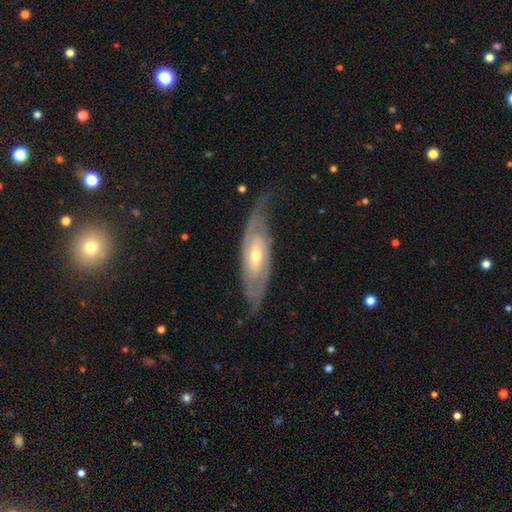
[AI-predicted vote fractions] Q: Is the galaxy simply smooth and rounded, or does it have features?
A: featured or disk — 79%.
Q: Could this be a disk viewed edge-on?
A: no — 79%.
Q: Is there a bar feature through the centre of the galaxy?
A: no — 45%.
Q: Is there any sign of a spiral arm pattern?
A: yes — 88%.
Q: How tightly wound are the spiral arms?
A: tight — 43%.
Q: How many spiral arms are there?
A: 2 — 62%.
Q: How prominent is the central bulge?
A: moderate — 56%.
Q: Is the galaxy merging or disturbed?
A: none — 65%.